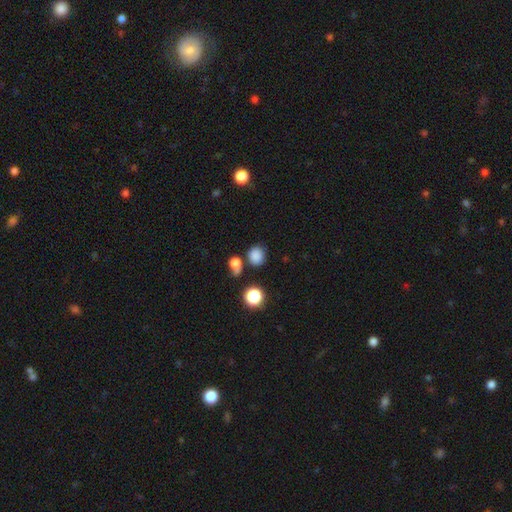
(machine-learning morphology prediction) smooth 81%, star or artifact 14%, featured or disk 5%. Down the decision tree: how rounded — round (75%); merging — none (69%).